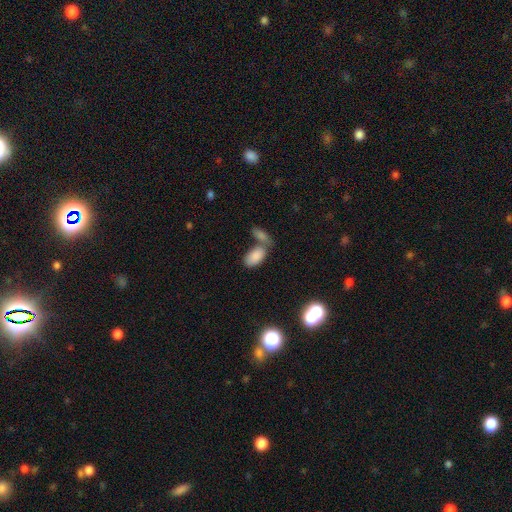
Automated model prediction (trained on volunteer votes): Q: Smooth or featured?
A: smooth (84%); runner-up: star or artifact (8%)
Q: How rounded?
A: in between (94%); runner-up: round (3%)
Q: Merging?
A: merger (42%); tied with: none (42%)